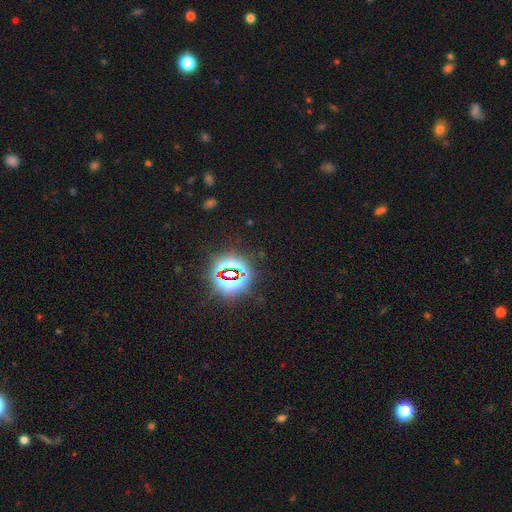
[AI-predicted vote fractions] smooth_or_featured: star or artifact (p=0.80) [alt: smooth p=0.12]